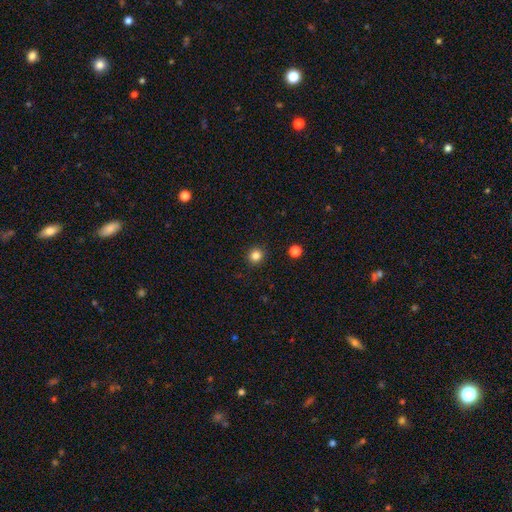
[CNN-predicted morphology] Overall: smooth (83%). How rounded: round (92%). Merging: none (92%).